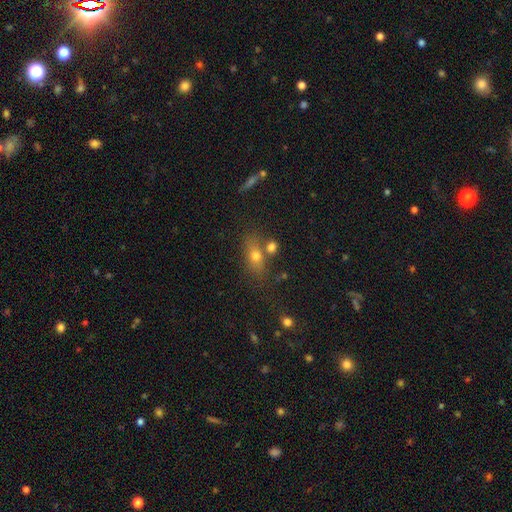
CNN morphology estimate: Overall: smooth (67%). How rounded: in between (70%). Merging: none (63%).